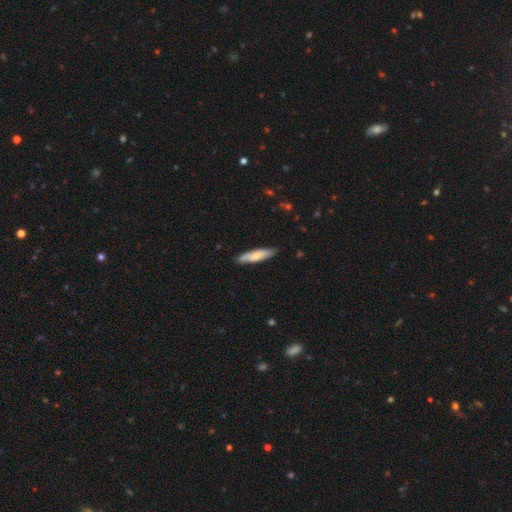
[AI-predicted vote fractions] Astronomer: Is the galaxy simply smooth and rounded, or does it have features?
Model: smooth — 69%.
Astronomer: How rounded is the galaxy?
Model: cigar-shaped — 76%.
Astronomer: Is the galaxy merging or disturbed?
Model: none — 84%.